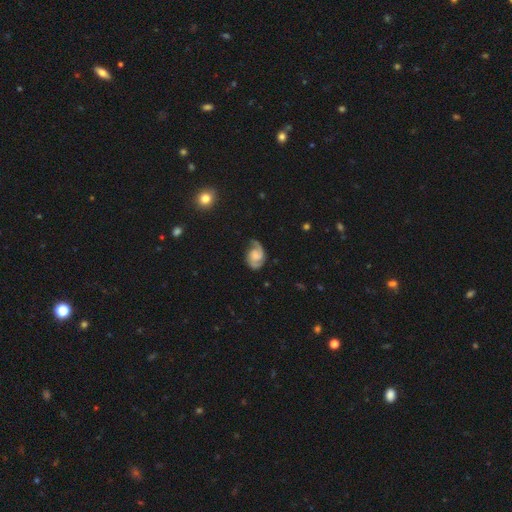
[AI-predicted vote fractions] This appears to be a featured or disk galaxy (80%) with no bar (59%), 2 (83%) medium (48%) spiral arms (96%) and no central bulge (43%). Merging: none (65%).